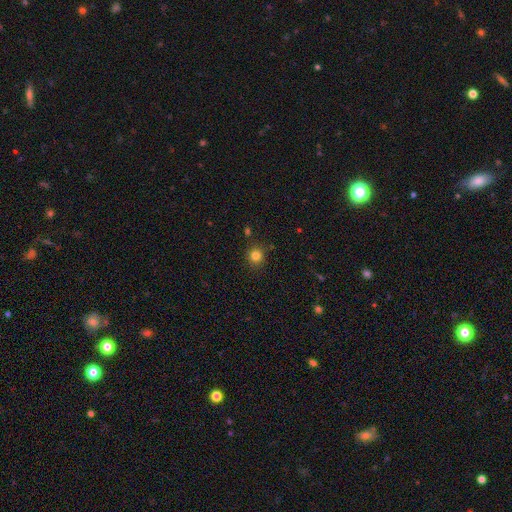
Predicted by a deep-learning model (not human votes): A smooth galaxy with no disk features (81%) that is round (90%).

Vote fractions:
- Smooth or featured? smooth: 81% / star or artifact: 14% / featured or disk: 5%
- How rounded? round: 90% / in between: 9% / cigar-shaped: 1%
- Merging? none: 87% / minor disturbance: 8% / merger: 3% / major disturbance: 2%